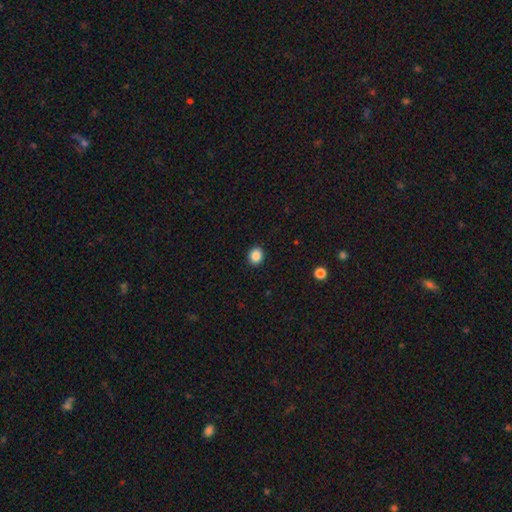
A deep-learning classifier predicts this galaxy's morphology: smooth 87%, star or artifact 10%, featured or disk 3%. Down the decision tree: how rounded — round (74%); merging — none (92%).